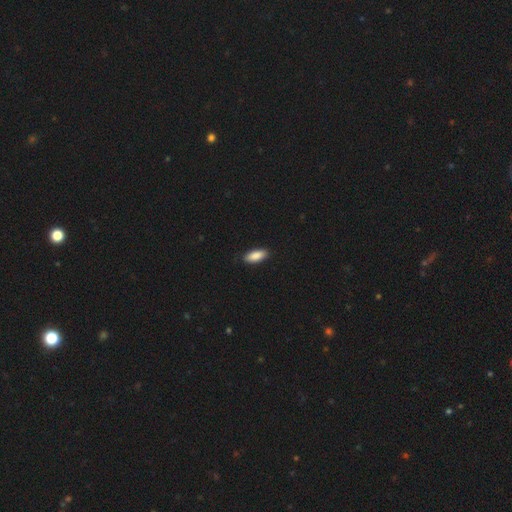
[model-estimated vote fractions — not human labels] This is clearly a smooth galaxy (89%). How rounded: clearly in between (82%). Merging: clearly none (87%).